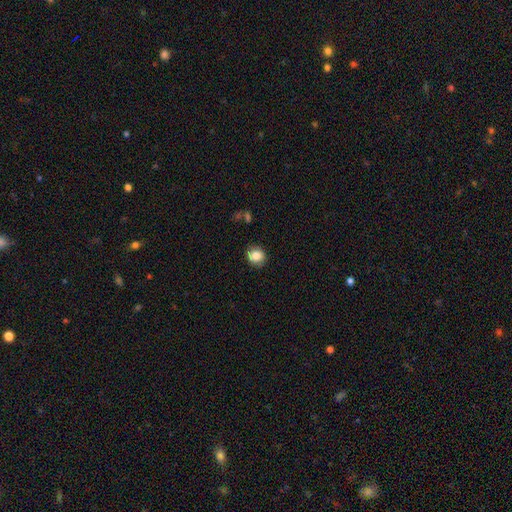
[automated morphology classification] Smooth or featured? smooth (83%)
How rounded? round (72%)
Merging? none (81%)